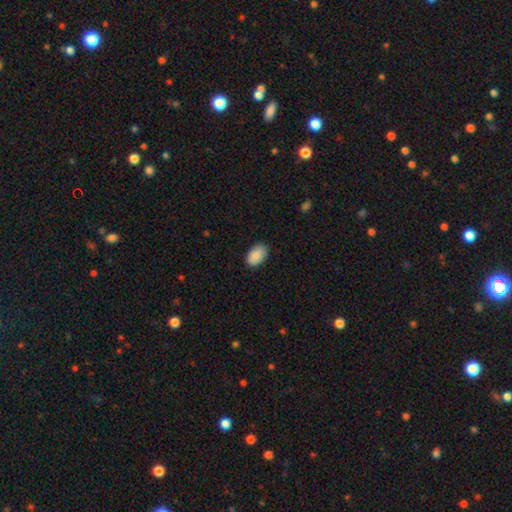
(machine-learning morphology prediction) A smooth galaxy with no disk features (89%) that is in between round and cigar-shaped (92%).

Vote fractions:
- Smooth or featured? smooth: 89% / star or artifact: 6% / featured or disk: 4%
- How rounded? in between: 92% / round: 6% / cigar-shaped: 1%
- Merging? none: 85% / minor disturbance: 12% / major disturbance: 2% / merger: 1%